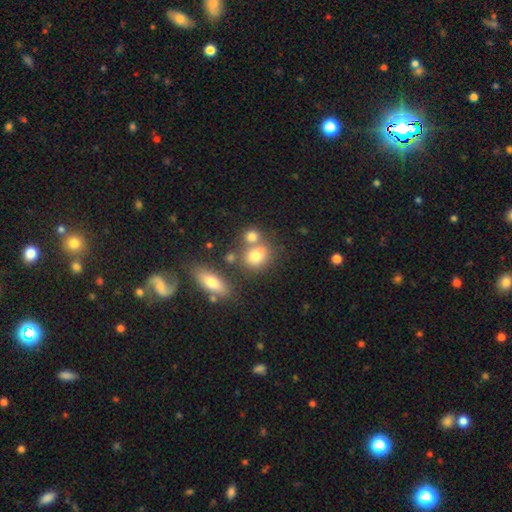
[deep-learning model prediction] smooth-or-featured: smooth: 74% | featured or disk: 14% | star or artifact: 13%
  how-rounded: round: 60% | in between: 38% | cigar-shaped: 3%
  merging: none: 49% | merger: 33% | minor disturbance: 12% | major disturbance: 5%